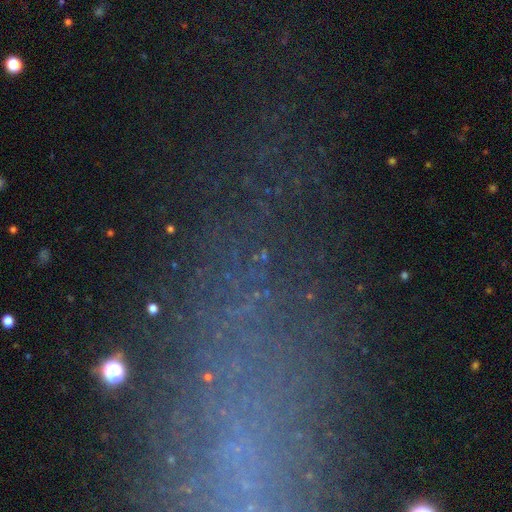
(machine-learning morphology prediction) Smooth or featured?
  - star or artifact: 60% *
  - featured or disk: 22%
  - smooth: 18%